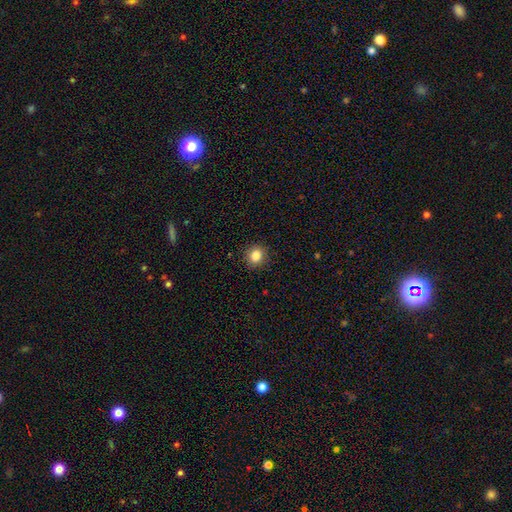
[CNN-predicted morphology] Smooth or featured? Predicted: smooth (p=0.84). How rounded? Predicted: round (p=0.82). Merging? Predicted: none (p=0.90).